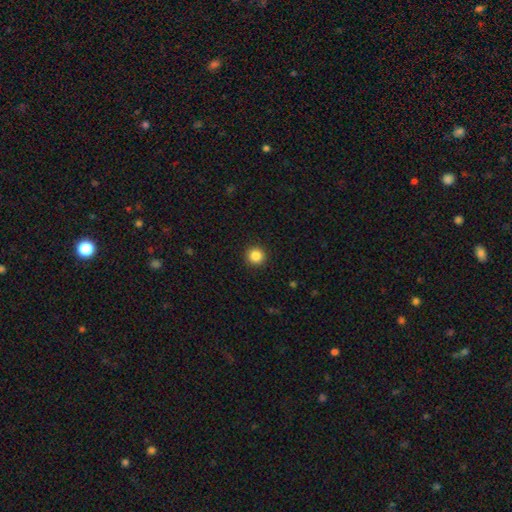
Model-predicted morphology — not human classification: A smooth galaxy with no disk features (86%) that is round (96%).

Vote fractions:
- Smooth or featured? smooth: 86% / star or artifact: 10% / featured or disk: 3%
- How rounded? round: 96% / in between: 3% / cigar-shaped: 1%
- Merging? none: 93% / minor disturbance: 4% / major disturbance: 2% / merger: 1%